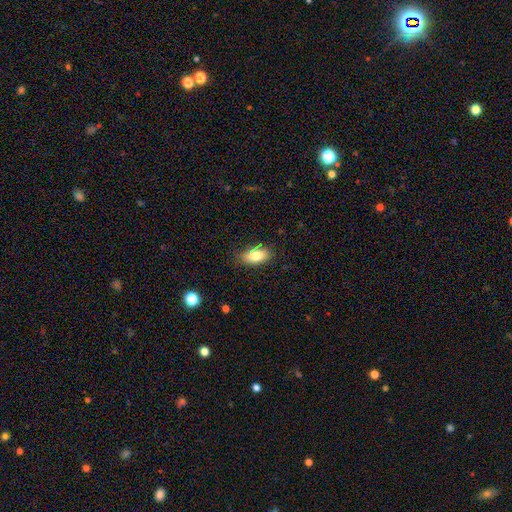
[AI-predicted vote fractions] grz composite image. It shows a smooth galaxy with no disk features (79%) that is in between round and cigar-shaped (88%). Merging: none (80%).